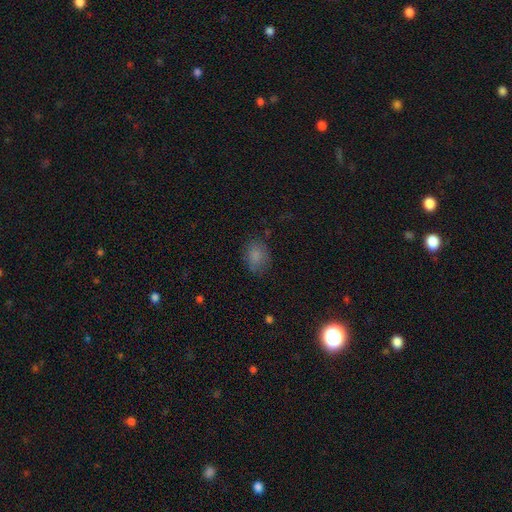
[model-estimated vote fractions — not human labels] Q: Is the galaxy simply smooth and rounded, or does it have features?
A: smooth — 81%.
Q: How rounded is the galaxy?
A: in between — 64%.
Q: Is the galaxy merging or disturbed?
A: none — 71%.